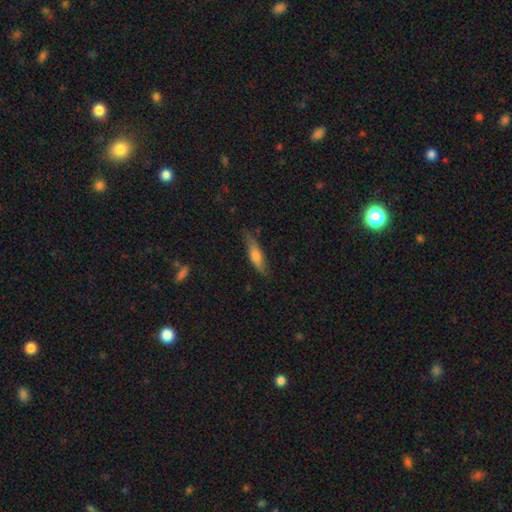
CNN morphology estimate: smooth-or-featured: smooth: 59% | featured or disk: 35% | star or artifact: 7%
  how-rounded: cigar-shaped: 72% | in between: 26% | round: 2%
  merging: none: 74% | minor disturbance: 21% | major disturbance: 4% | merger: 2%